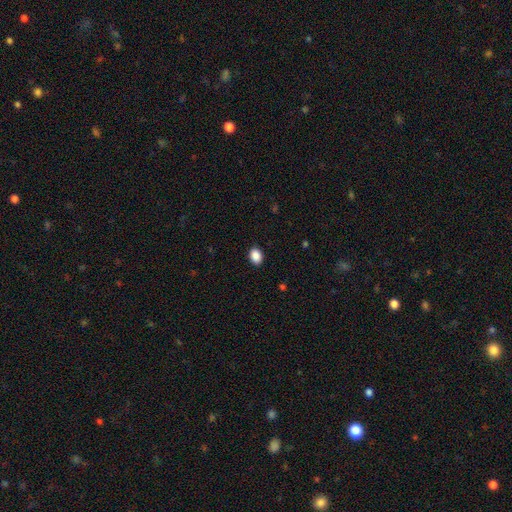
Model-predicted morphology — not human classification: smooth 89%, star or artifact 8%, featured or disk 3%. Down the decision tree: how rounded — in between (73%); merging — none (89%).